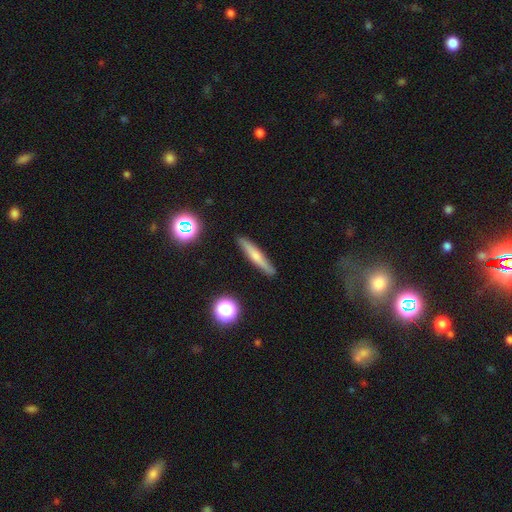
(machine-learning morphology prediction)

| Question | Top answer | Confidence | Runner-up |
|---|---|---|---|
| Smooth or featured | smooth | 52% | featured or disk (39%) |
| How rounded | cigar-shaped | 91% | in between (6%) |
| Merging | none | 88% | minor disturbance (8%) |